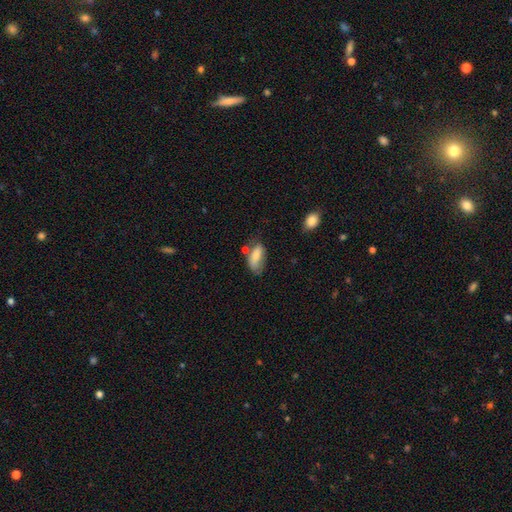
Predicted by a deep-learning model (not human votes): Overall: smooth (74%). How rounded: in between (85%). Merging: none (47%; minor disturbance 28%).